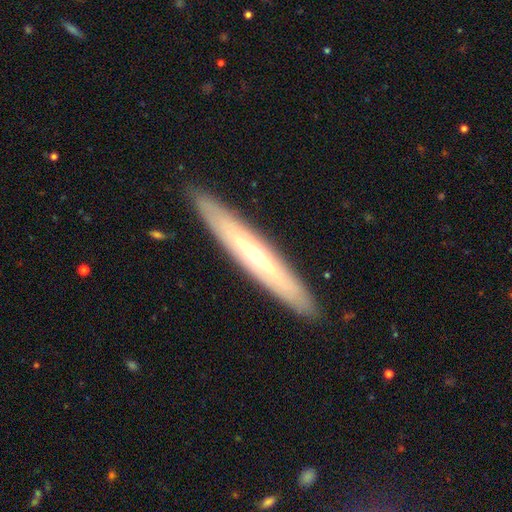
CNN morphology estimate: Smooth or featured? featured or disk (67%)
Edge-on disk? yes (79%)
Edge-on bulge? rounded (65%)
Merging? none (90%)